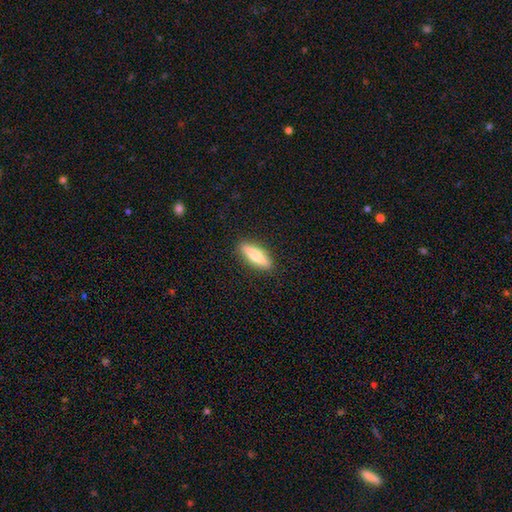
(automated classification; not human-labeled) Smooth or featured? smooth (61%)
How rounded? cigar-shaped (65%)
Merging? none (90%)